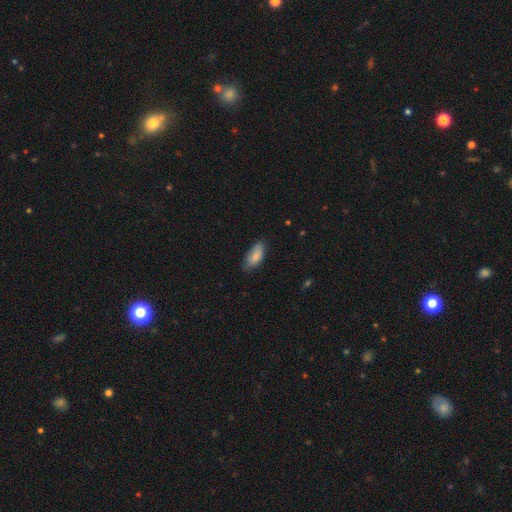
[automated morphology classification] Smooth or featured: smooth — 85% (featured or disk — 9%)
How rounded: in between — 81% (cigar-shaped — 18%)
Merging: none — 70% (minor disturbance — 25%)